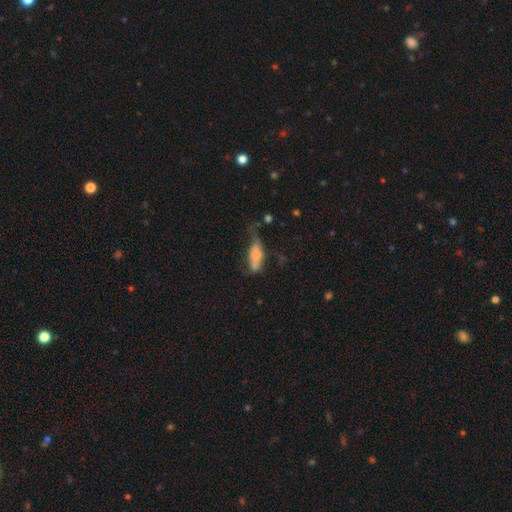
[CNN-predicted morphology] The model was most divided on "merging": minor disturbance: 33%, none: 31%, major disturbance: 26%, merger: 10%. More confident: smooth or featured — smooth (68%); how rounded — in between (66%).